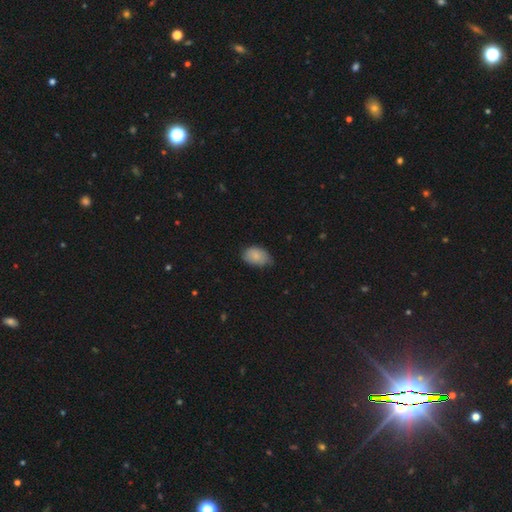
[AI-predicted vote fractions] Morphology: type=smooth (85%); roundness=in between (88%); merging=none (60%).